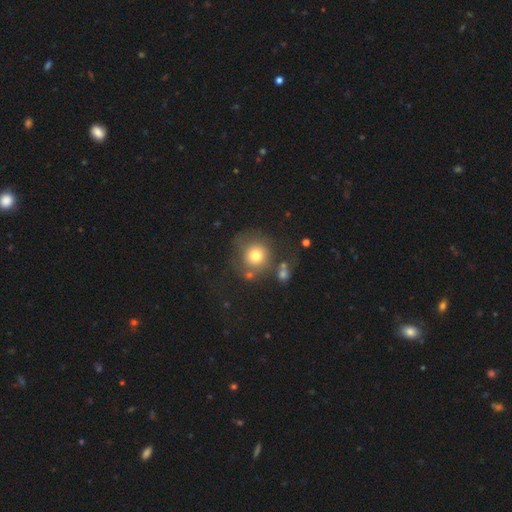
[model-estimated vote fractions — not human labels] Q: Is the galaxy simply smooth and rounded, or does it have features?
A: smooth — 73%.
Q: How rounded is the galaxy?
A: round — 90%.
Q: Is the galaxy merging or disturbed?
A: none — 61%.